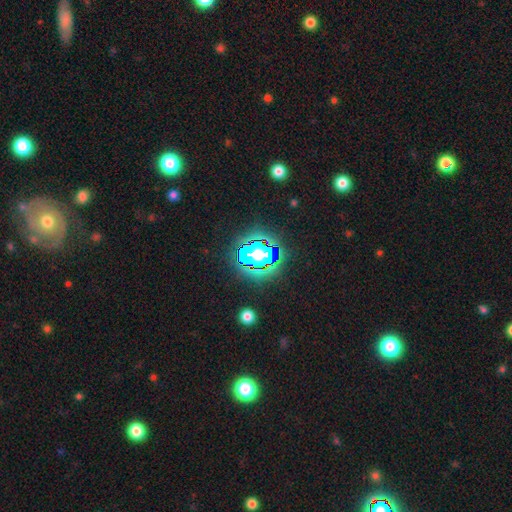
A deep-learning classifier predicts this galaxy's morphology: Overall: star or artifact (62%).